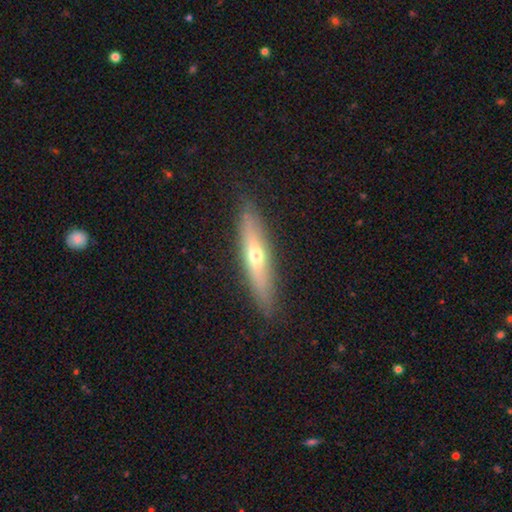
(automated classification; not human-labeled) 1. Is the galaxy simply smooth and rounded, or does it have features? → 51% featured or disk, 42% smooth, 6% star or artifact.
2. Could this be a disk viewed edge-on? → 85% yes, 15% no.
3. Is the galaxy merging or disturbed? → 88% none, 9% minor disturbance, 2% major disturbance, 1% merger.